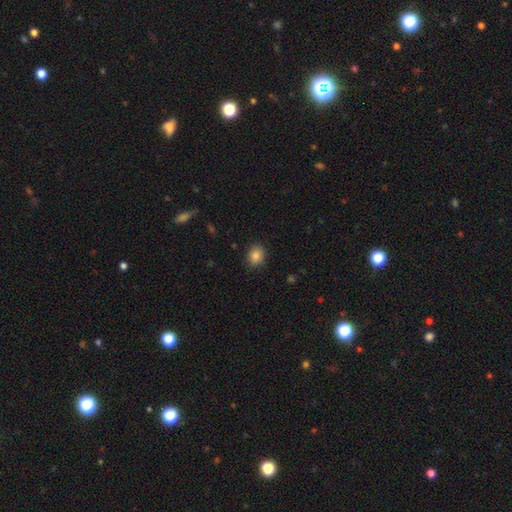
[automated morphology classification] The model was most divided on "how rounded": round: 53%, in between: 46%, cigar-shaped: 1%. More confident: merging — none (88%); smooth or featured — smooth (85%).